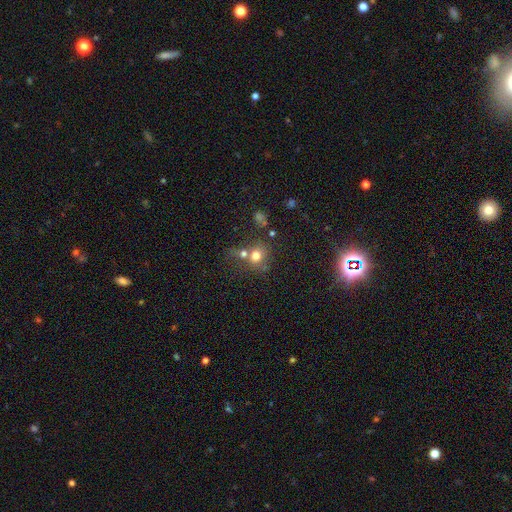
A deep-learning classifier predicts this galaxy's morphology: type=smooth (72%); roundness=round (73%); merging=none (42%).